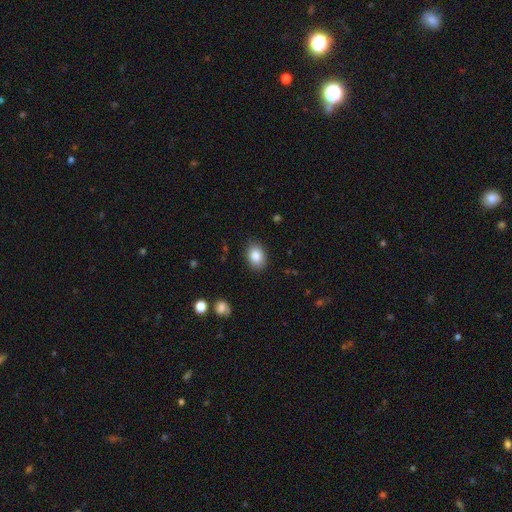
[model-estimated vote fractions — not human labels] smooth 85%, star or artifact 8%, featured or disk 7%. Down the decision tree: how rounded — in between (74%); merging — none (85%).